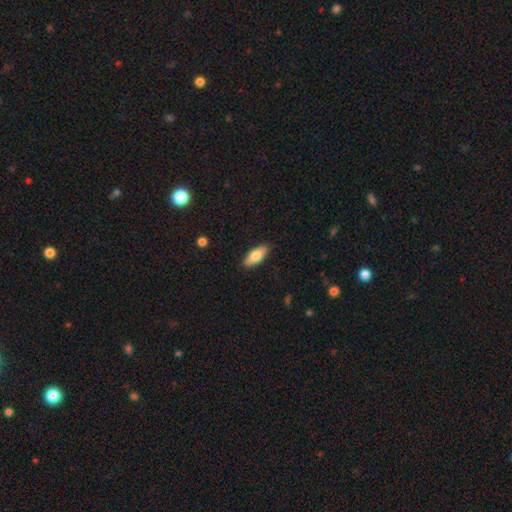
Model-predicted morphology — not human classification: smooth_or_featured: smooth (p=0.79) [alt: featured or disk p=0.16]
how_rounded: in between (p=0.80) [alt: cigar-shaped p=0.18]
merging: none (p=0.89) [alt: minor disturbance p=0.09]